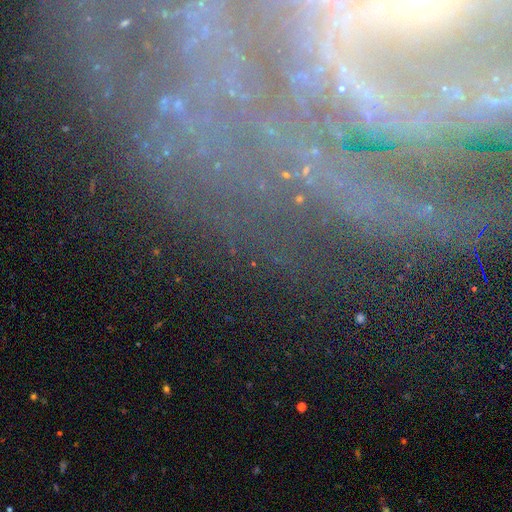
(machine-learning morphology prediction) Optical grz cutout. It shows a featured or disk galaxy (63%) with a strong bar (37%), spiral arms (80%) and a small central bulge (45%). Merging: none (76%).